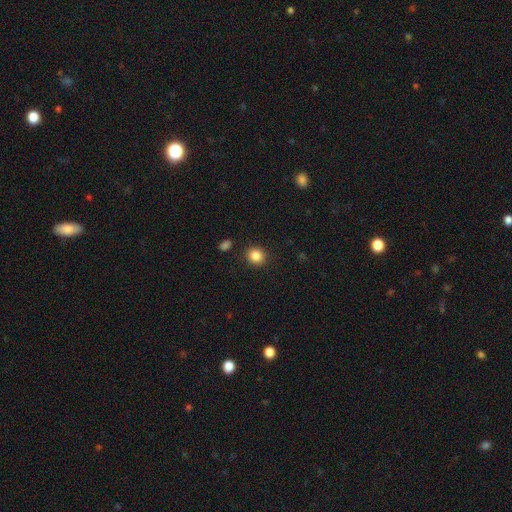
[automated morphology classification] smooth-or-featured: smooth: 86% | star or artifact: 10% | featured or disk: 4%
  how-rounded: round: 80% | in between: 19% | cigar-shaped: 1%
  merging: none: 89% | minor disturbance: 7% | major disturbance: 2% | merger: 2%